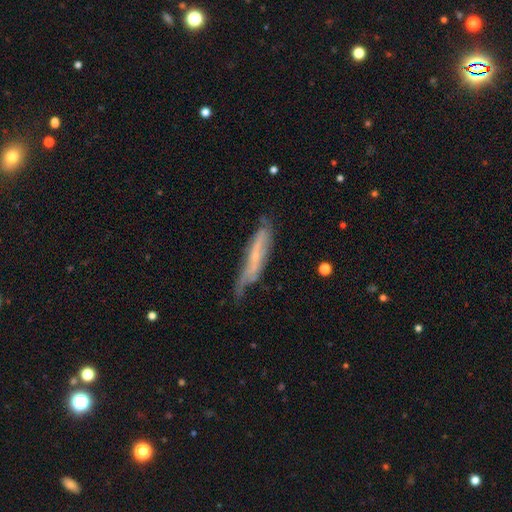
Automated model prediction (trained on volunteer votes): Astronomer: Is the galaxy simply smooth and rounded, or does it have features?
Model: featured or disk — 61%.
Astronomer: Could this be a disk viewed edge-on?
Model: yes — 57% (runner-up: no, 43%).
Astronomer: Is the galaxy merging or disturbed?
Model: none — 51% (runner-up: minor disturbance, 33%).